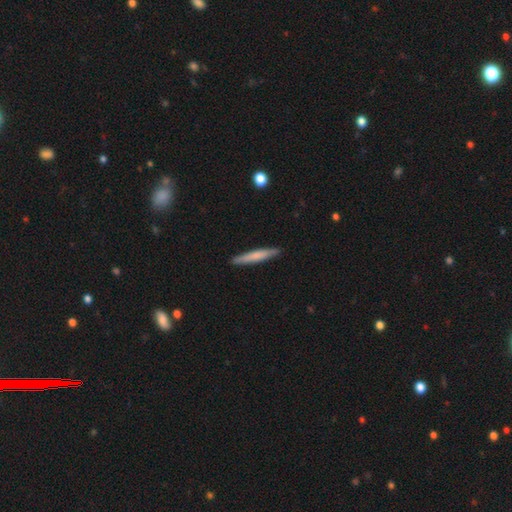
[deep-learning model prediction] A smooth galaxy with no disk features (68%) that is cigar-shaped (95%). Merging: none (89%).